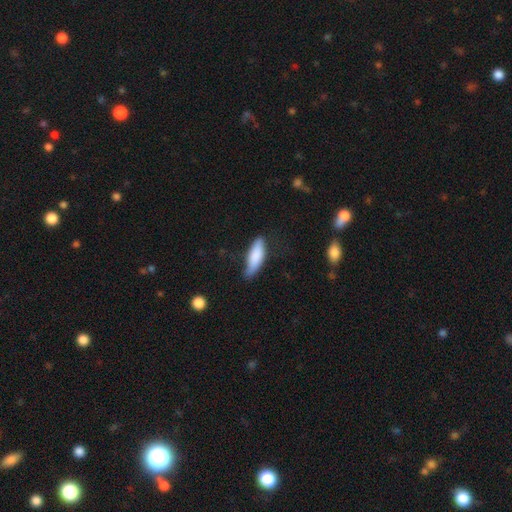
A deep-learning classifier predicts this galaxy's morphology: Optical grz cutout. It shows a smooth galaxy with no disk features (83%) that is in between round and cigar-shaped (60%). Merging: none (59%).